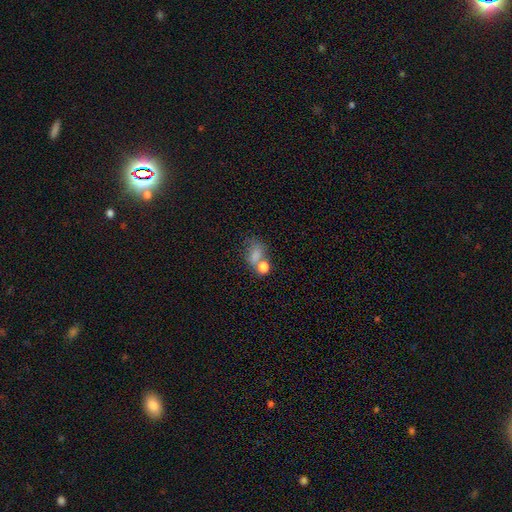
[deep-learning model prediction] Smooth or featured?
  - smooth: 71% *
  - star or artifact: 15%
  - featured or disk: 14%
How rounded?
  - in between: 67% *
  - round: 31%
  - cigar-shaped: 2%
Merging?
  - merger: 39% *
  - none: 32%
  - minor disturbance: 15%
  - major disturbance: 15%